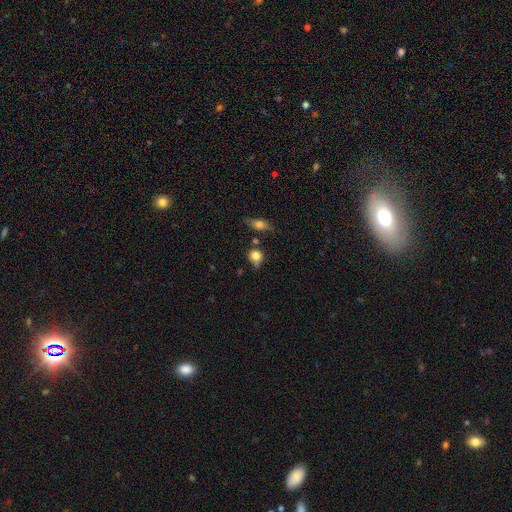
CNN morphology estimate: smooth-or-featured: smooth: 80% | star or artifact: 10% | featured or disk: 10%
  how-rounded: round: 79% | in between: 19% | cigar-shaped: 2%
  merging: none: 54% | minor disturbance: 26% | merger: 11% | major disturbance: 8%